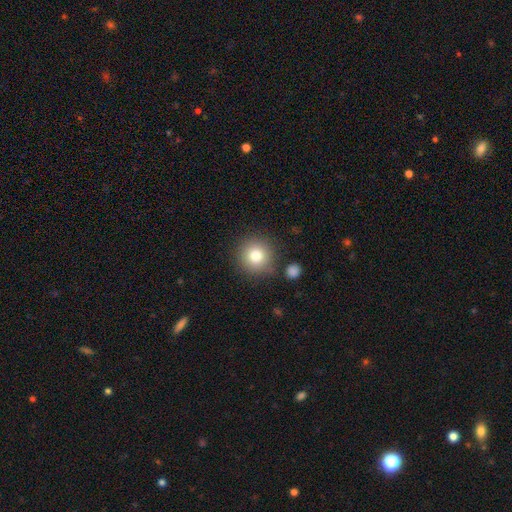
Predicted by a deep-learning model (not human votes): smooth-or-featured: smooth: 79% | star or artifact: 11% | featured or disk: 10%
  how-rounded: round: 94% | in between: 5% | cigar-shaped: 1%
  merging: none: 84% | minor disturbance: 9% | merger: 4% | major disturbance: 3%